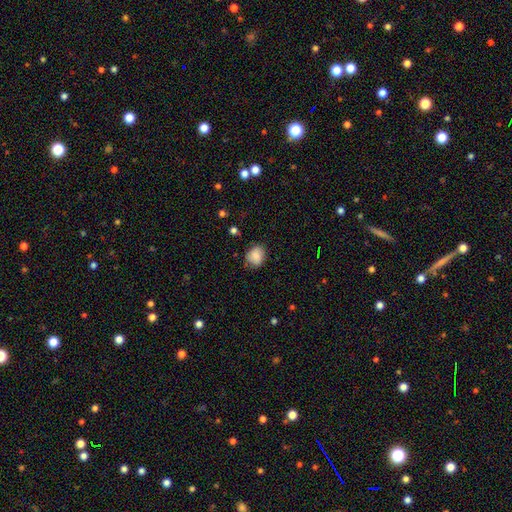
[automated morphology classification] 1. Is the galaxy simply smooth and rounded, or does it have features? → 83% smooth, 9% featured or disk, 8% star or artifact.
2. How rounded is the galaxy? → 64% round, 35% in between, 1% cigar-shaped.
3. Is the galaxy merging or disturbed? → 74% none, 21% minor disturbance, 4% major disturbance, 2% merger.